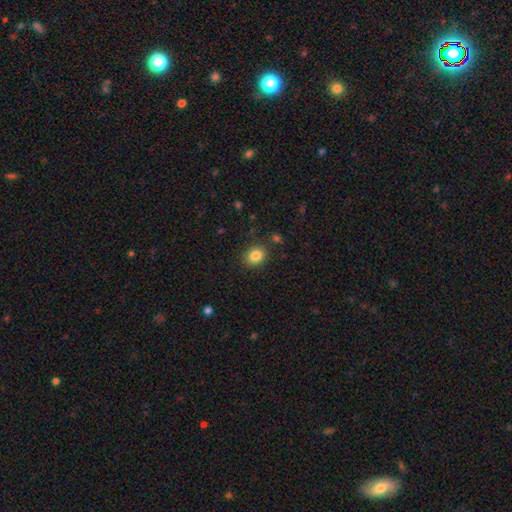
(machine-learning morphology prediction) smooth_or_featured: smooth (p=0.84) [alt: star or artifact p=0.10]
how_rounded: round (p=0.53) [alt: in between p=0.46]
merging: none (p=0.85) [alt: minor disturbance p=0.10]